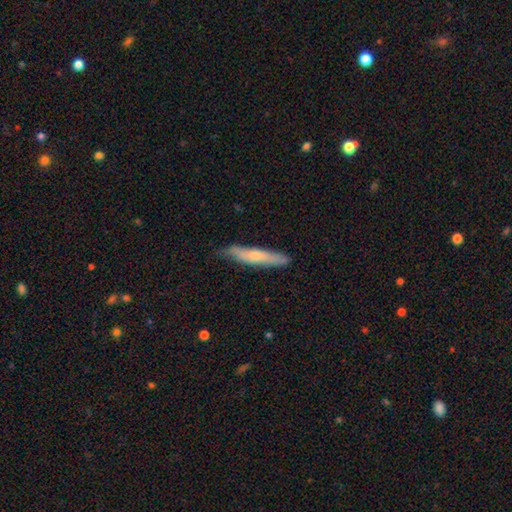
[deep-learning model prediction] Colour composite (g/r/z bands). It shows a smooth galaxy with no disk features (60%) that is cigar-shaped (91%). Merging: none (75%).